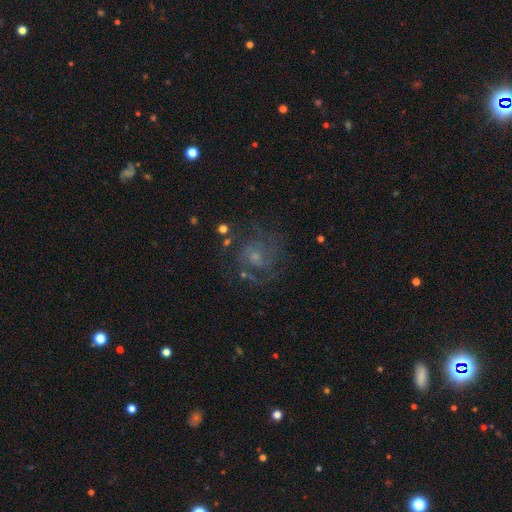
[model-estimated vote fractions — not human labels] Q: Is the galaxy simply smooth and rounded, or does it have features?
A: featured or disk — 71%.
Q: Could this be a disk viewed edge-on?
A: no — 98%.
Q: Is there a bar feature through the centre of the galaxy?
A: no — 67%.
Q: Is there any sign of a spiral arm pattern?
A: yes — 86%.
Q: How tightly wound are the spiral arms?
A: medium — 47%.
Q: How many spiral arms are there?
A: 2 — 36%.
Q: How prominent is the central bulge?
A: small — 61%.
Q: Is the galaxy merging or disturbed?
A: none — 66%.